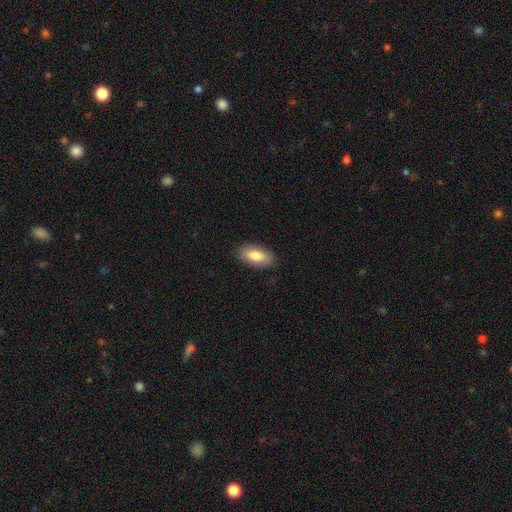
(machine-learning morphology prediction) The model was most divided on "smooth or featured": smooth: 81%, featured or disk: 13%, star or artifact: 6%. More confident: how rounded — in between (89%); merging — none (87%).